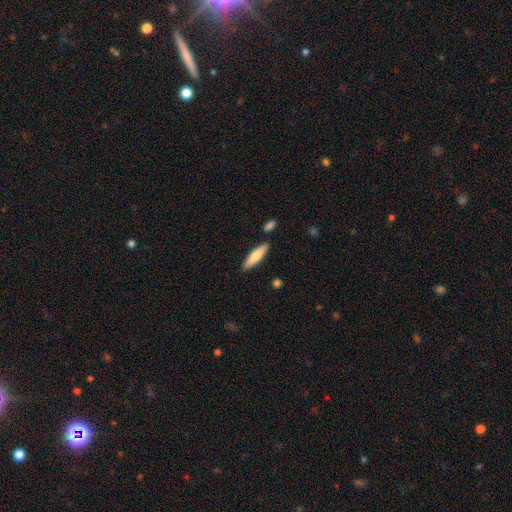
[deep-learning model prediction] Overall: smooth (70%). How rounded: cigar-shaped (72%). Merging: none (85%).